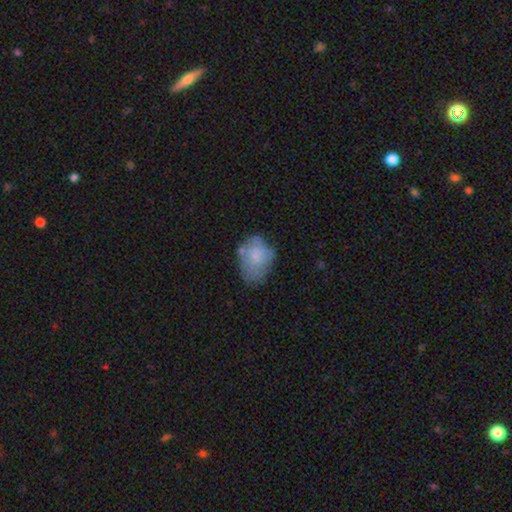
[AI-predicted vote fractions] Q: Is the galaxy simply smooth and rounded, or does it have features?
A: smooth — 64%.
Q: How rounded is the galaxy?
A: in between — 75%.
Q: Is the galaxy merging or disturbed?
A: none — 44%.